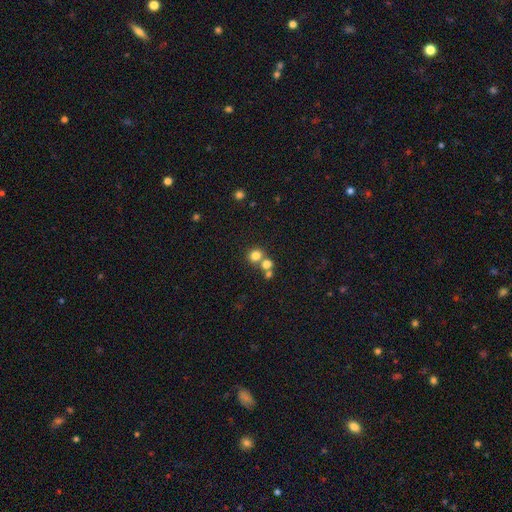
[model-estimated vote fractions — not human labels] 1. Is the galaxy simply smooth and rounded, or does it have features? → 77% smooth, 14% star or artifact, 9% featured or disk.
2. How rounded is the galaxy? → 78% round, 21% in between, 1% cigar-shaped.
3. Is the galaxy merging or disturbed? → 51% none, 37% merger, 7% minor disturbance, 4% major disturbance.